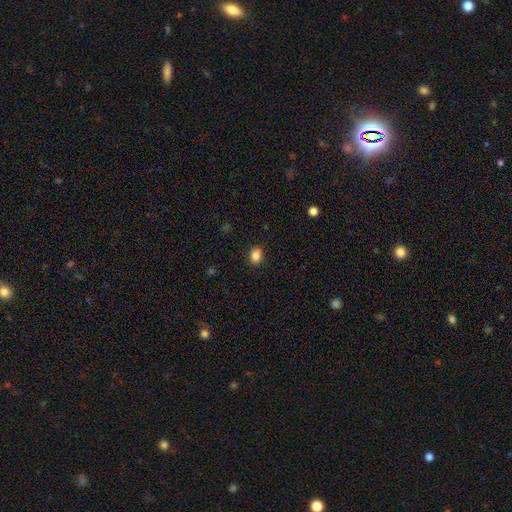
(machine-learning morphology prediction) A smooth galaxy with no disk features (85%) that is in between round and cigar-shaped (50%).

Vote fractions:
- Smooth or featured? smooth: 85% / star or artifact: 10% / featured or disk: 5%
- How rounded? in between: 50% / round: 49% / cigar-shaped: 1%
- Merging? none: 87% / minor disturbance: 10% / major disturbance: 2% / merger: 1%